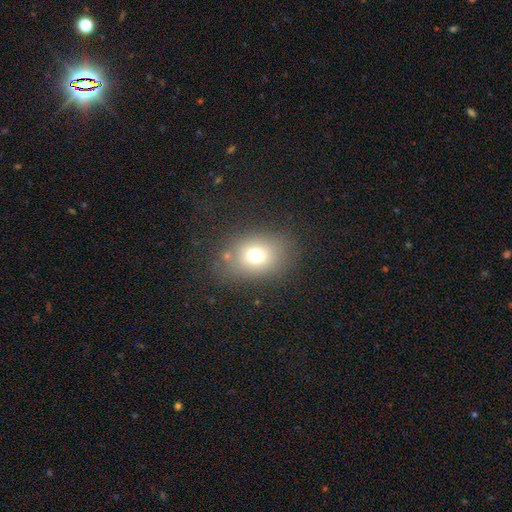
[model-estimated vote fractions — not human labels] smooth 71%, star or artifact 16%, featured or disk 13%. Down the decision tree: how rounded — in between (53%); merging — none (78%).